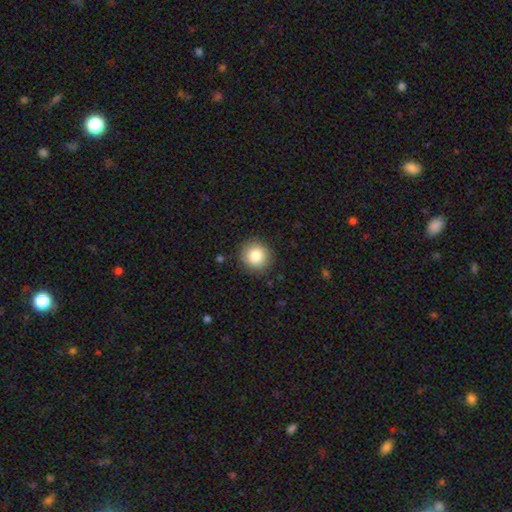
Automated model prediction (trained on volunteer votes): This appears to be a smooth galaxy with no disk features (84%) that is round (92%). Merging: none (90%).